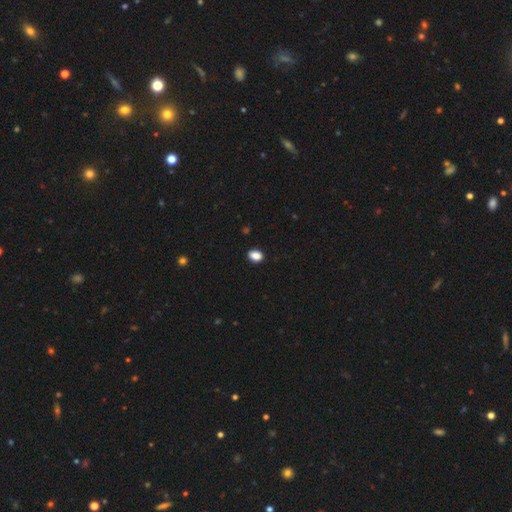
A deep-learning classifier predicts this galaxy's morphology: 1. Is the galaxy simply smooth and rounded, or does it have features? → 87% smooth, 10% star or artifact, 3% featured or disk.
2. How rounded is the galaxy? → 73% in between, 26% round, 1% cigar-shaped.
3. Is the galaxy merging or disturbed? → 89% none, 8% minor disturbance, 2% major disturbance, 1% merger.